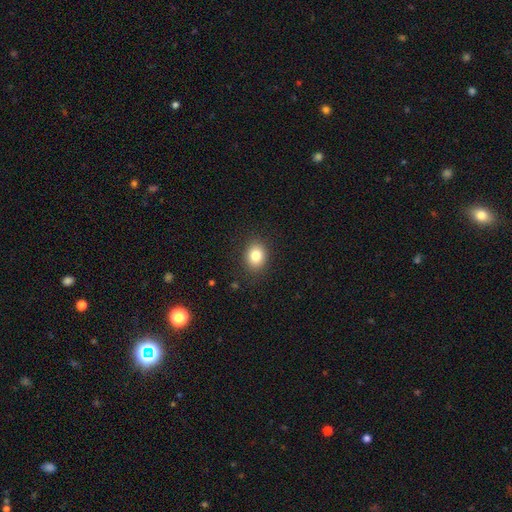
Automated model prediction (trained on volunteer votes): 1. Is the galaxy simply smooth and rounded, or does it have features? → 83% smooth, 10% star or artifact, 8% featured or disk.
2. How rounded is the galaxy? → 51% in between, 48% round, 1% cigar-shaped.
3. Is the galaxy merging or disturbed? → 87% none, 9% minor disturbance, 3% major disturbance, 1% merger.